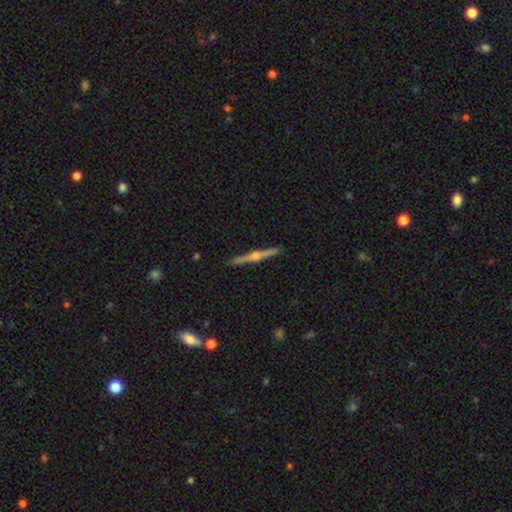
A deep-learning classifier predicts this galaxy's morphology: Smooth or featured?
  - featured or disk: 82% *
  - smooth: 12%
  - star or artifact: 6%
Edge-on disk?
  - yes: 99% *
  - no: 1%
Edge-on bulge?
  - rounded: 92% *
  - boxy: 4%
  - none: 4%
Merging?
  - none: 92% *
  - minor disturbance: 5%
  - major disturbance: 1%
  - merger: 1%